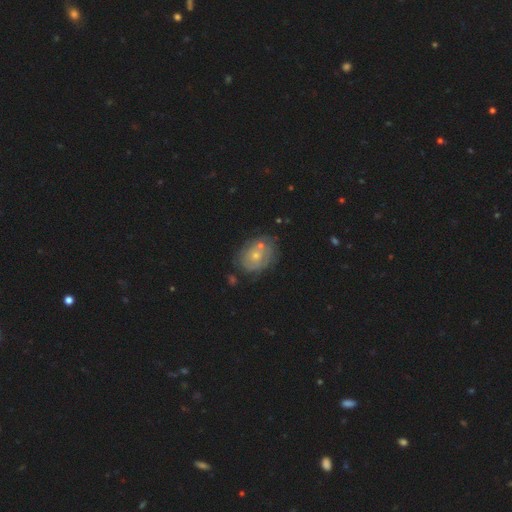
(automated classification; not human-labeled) Q: Smooth or featured?
A: featured or disk (57%); runner-up: smooth (30%)
Q: Edge-on disk?
A: no (96%); runner-up: yes (4%)
Q: Bar?
A: no (83%); runner-up: weak (14%)
Q: Spiral arms?
A: yes (60%); runner-up: no (40%)
Q: Bulge size?
A: small (56%); runner-up: moderate (39%)
Q: Merging?
A: none (65%); runner-up: minor disturbance (18%)